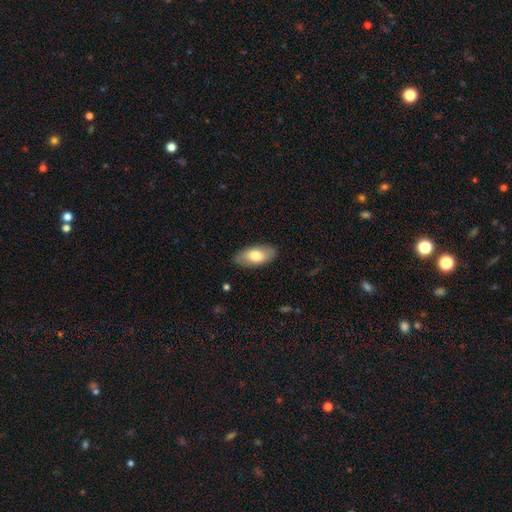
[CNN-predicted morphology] Q: Smooth or featured?
A: smooth (74%); runner-up: featured or disk (21%)
Q: How rounded?
A: in between (92%); runner-up: cigar-shaped (5%)
Q: Merging?
A: none (85%); runner-up: minor disturbance (11%)